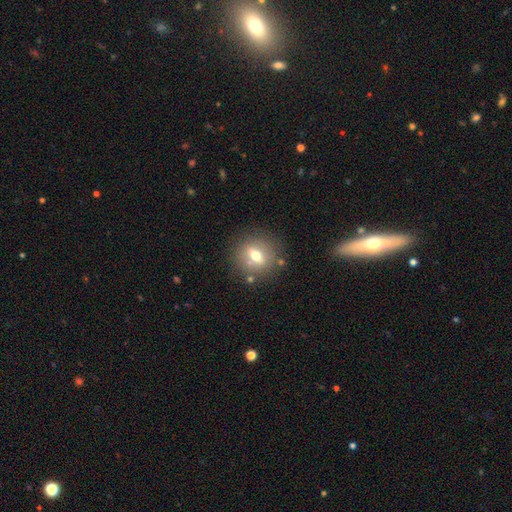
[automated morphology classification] smooth_or_featured: smooth (p=0.52) [alt: featured or disk p=0.37]
how_rounded: round (p=0.78) [alt: in between p=0.20]
merging: none (p=0.79) [alt: minor disturbance p=0.11]